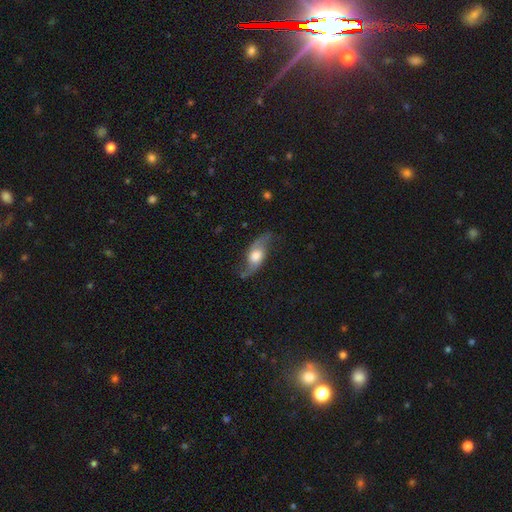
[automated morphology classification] Overall: featured or disk (77%). Edge-on disk: no (85%). Bar: no (63%; weak 30%). Spiral arms: yes (92%). Spiral arm count: 2 (93%). Spiral winding: loose (74%). Bulge size: moderate (44%; large 42%). Merging: none (74%).